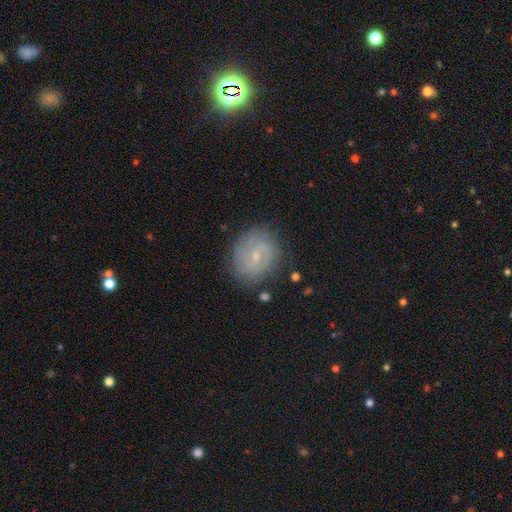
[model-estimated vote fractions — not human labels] Smooth or featured: featured or disk — 66% (smooth — 22%)
Edge-on disk: no — 97% (yes — 3%)
Bar: weak — 54% (no — 34%)
Spiral arms: yes — 88% (no — 12%)
Spiral winding: tight — 51% (medium — 36%)
Spiral arm count: 2 — 47% (can't tell — 30%)
Bulge size: small — 76% (moderate — 17%)
Merging: none — 81% (minor disturbance — 13%)